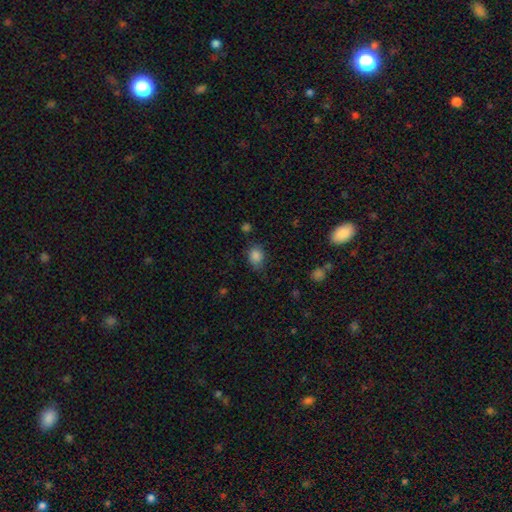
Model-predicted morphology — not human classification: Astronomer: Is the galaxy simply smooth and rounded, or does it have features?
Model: smooth — 84%.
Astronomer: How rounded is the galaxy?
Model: round — 50% (runner-up: in between, 49%).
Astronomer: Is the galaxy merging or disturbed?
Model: none — 63%.